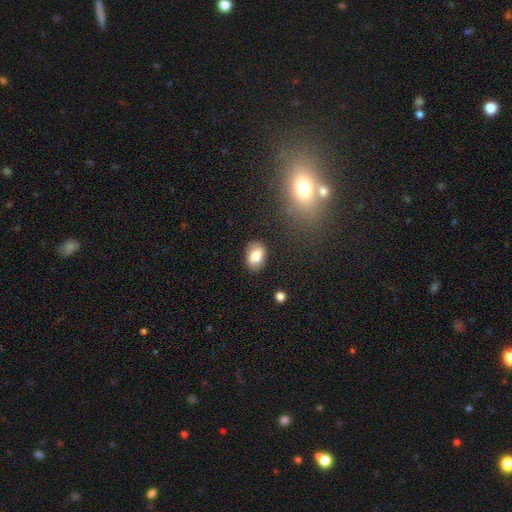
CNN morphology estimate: smooth_or_featured: smooth (p=0.74) [alt: featured or disk p=0.17]
how_rounded: in between (p=0.82) [alt: round p=0.17]
merging: none (p=0.79) [alt: minor disturbance p=0.14]